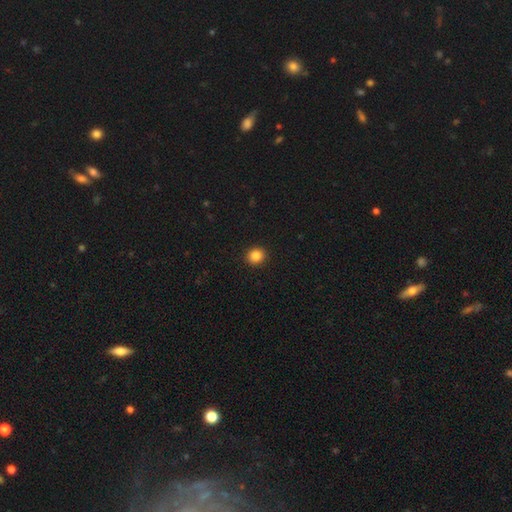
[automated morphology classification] The model was most divided on "how rounded": round: 82%, in between: 17%, cigar-shaped: 1%. More confident: merging — none (93%); smooth or featured — smooth (87%).